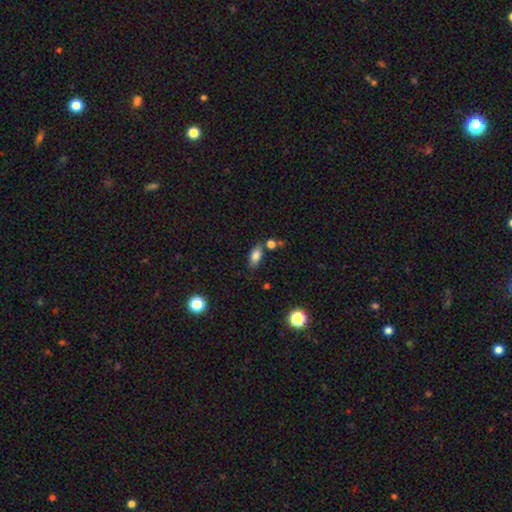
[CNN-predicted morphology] The model was most divided on "merging": none: 74%, minor disturbance: 14%, merger: 9%, major disturbance: 3%. More confident: how rounded — in between (86%); smooth or featured — smooth (80%).